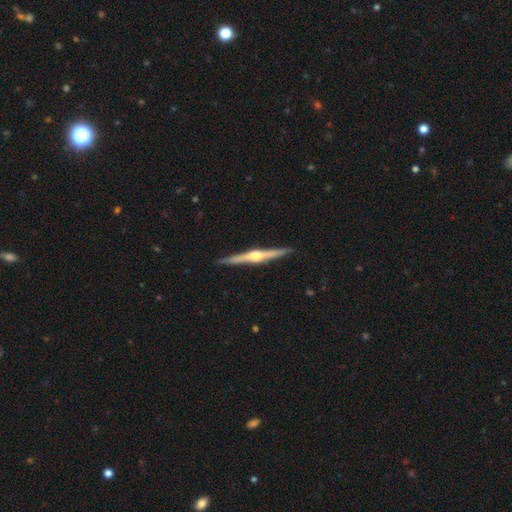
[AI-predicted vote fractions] Smooth or featured? featured or disk (81%)
Edge-on disk? yes (99%)
Edge-on bulge? rounded (93%)
Merging? none (92%)